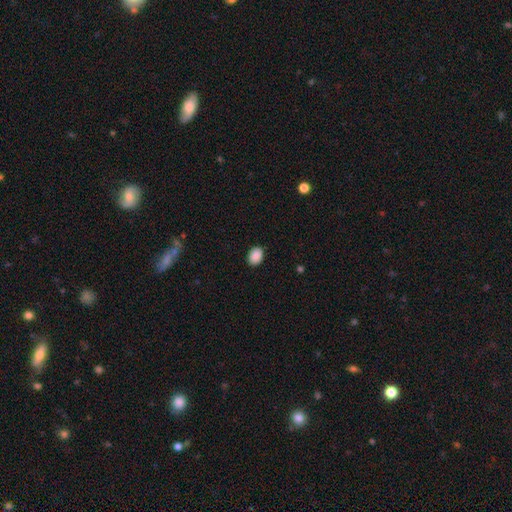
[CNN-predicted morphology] This appears to be a smooth galaxy with no disk features (90%) that is in between round and cigar-shaped (71%). Merging: none (89%).